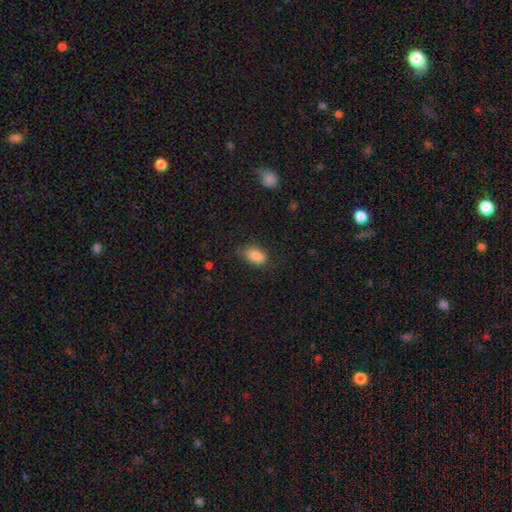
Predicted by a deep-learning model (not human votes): The model was most divided on "merging": none: 73%, minor disturbance: 21%, major disturbance: 5%, merger: 1%. More confident: how rounded — in between (88%); smooth or featured — smooth (86%).